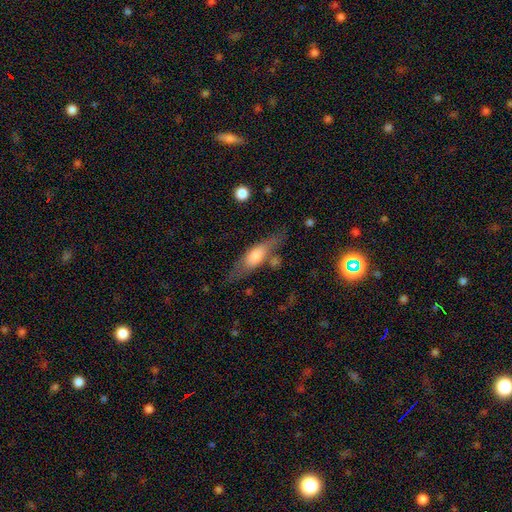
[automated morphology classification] smooth 51%, featured or disk 43%, star or artifact 6%. Down the decision tree: how rounded — cigar-shaped (50%); merging — none (61%).